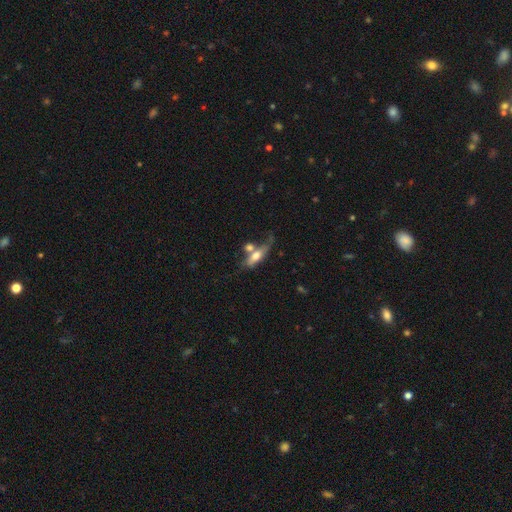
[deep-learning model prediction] Smooth or featured: smooth — 55% (featured or disk — 37%)
How rounded: in between — 56% (cigar-shaped — 39%)
Merging: merger — 38% (none — 33%)